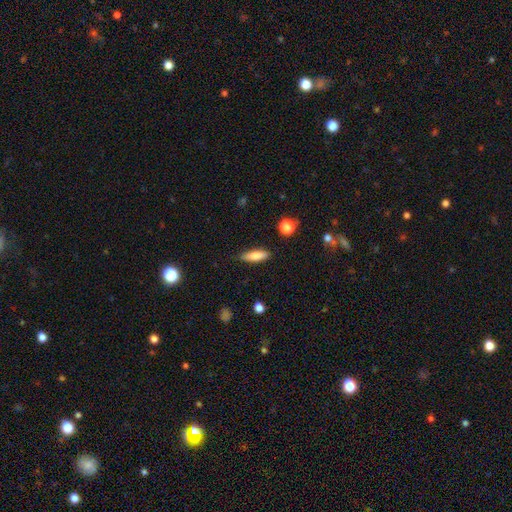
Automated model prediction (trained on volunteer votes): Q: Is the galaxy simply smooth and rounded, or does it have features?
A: smooth — 79%.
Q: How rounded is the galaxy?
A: cigar-shaped — 56%.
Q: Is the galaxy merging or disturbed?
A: none — 87%.